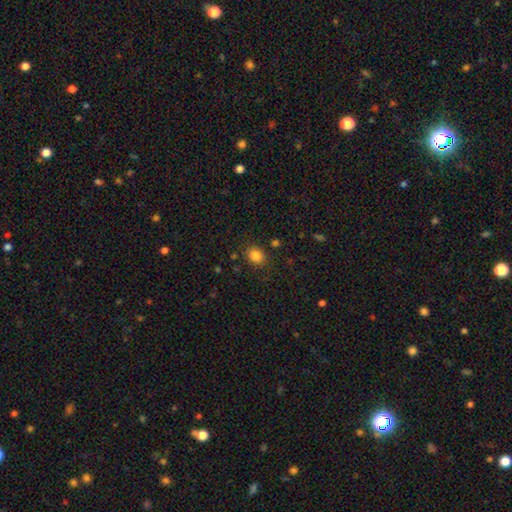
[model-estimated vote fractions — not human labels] Smooth or featured?
  - smooth: 84% *
  - star or artifact: 11%
  - featured or disk: 5%
How rounded?
  - round: 60% *
  - in between: 39%
  - cigar-shaped: 1%
Merging?
  - none: 84% *
  - minor disturbance: 10%
  - major disturbance: 3%
  - merger: 2%